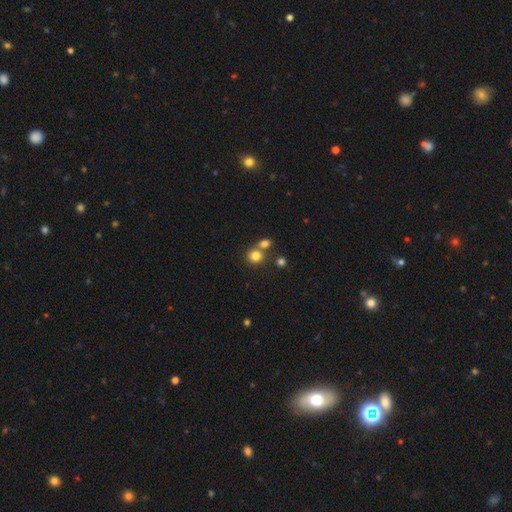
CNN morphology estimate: Q: Smooth or featured?
A: smooth (79%); runner-up: star or artifact (13%)
Q: How rounded?
A: round (86%); runner-up: in between (13%)
Q: Merging?
A: none (57%); runner-up: merger (32%)